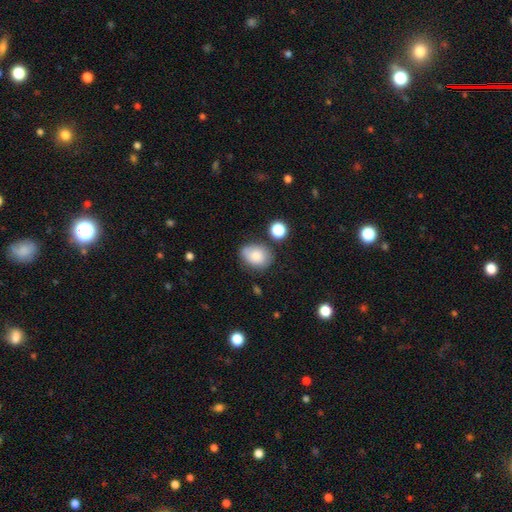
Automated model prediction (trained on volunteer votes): Smooth or featured? Predicted: smooth (p=0.81). How rounded? Predicted: in between (p=0.65). Merging? Predicted: none (p=0.68).